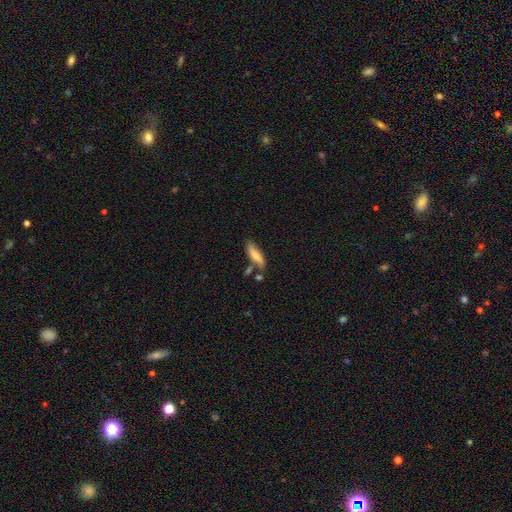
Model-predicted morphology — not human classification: Smooth or featured? smooth (69%)
How rounded? cigar-shaped (55%)
Merging? none (64%)